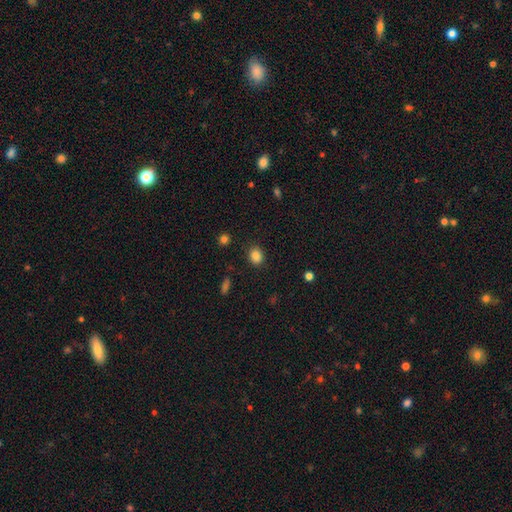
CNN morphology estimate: Smooth or featured: smooth — 84% (star or artifact — 11%)
How rounded: round — 62% (in between — 37%)
Merging: none — 85% (minor disturbance — 10%)